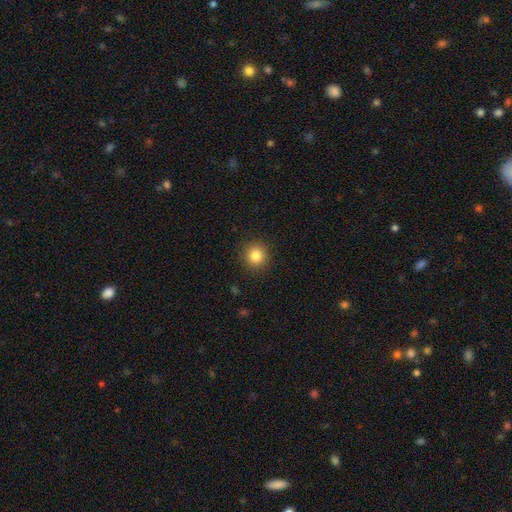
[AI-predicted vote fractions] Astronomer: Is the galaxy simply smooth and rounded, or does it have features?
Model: smooth — 84%.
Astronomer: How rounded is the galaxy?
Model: round — 93%.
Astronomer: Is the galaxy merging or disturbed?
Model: none — 91%.